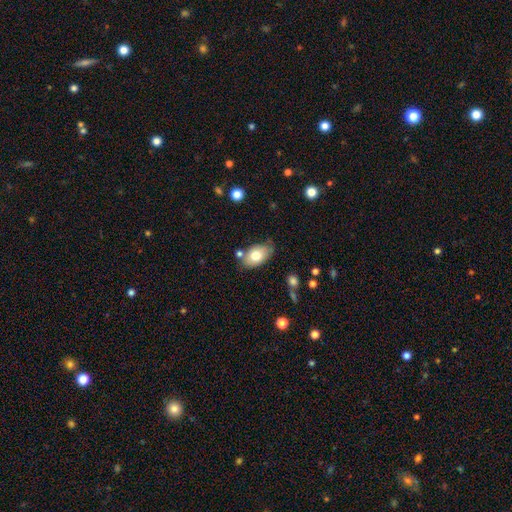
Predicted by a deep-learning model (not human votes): smooth_or_featured: smooth (p=0.74) [alt: featured or disk p=0.18]
how_rounded: in between (p=0.90) [alt: round p=0.09]
merging: none (p=0.69) [alt: minor disturbance p=0.19]